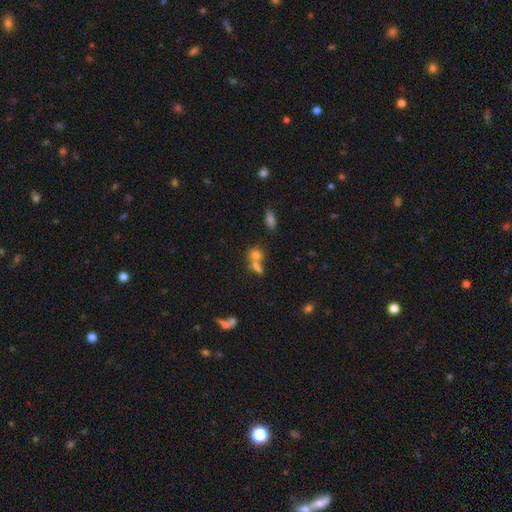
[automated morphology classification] A smooth galaxy with no disk features (71%) that is round (51%).

Vote fractions:
- Smooth or featured? smooth: 71% / star or artifact: 15% / featured or disk: 14%
- How rounded? round: 51% / in between: 44% / cigar-shaped: 6%
- Merging? merger: 52% / none: 35% / minor disturbance: 8% / major disturbance: 5%